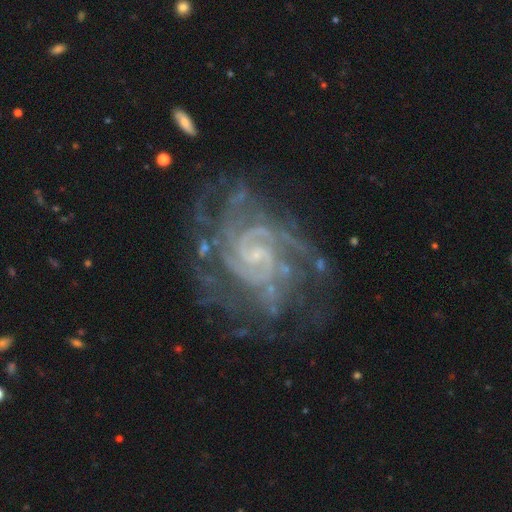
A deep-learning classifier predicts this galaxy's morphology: type=featured or disk (92%); edge-on=no (98%); bar=no (45%); spiral arms=yes (98%); winding=tight (65%); arm count=2 (25%); bulge=small (72%); merging=none (69%).